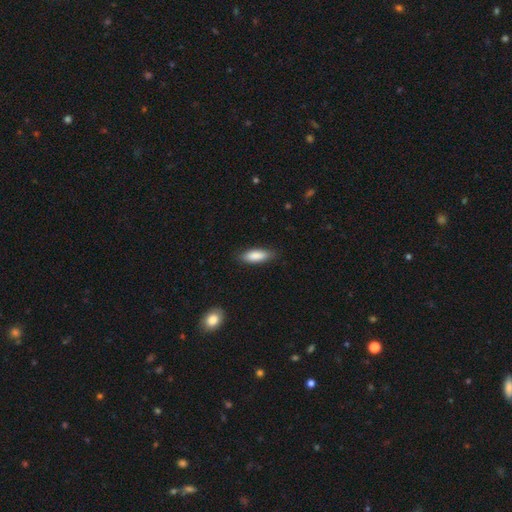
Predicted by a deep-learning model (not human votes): smooth-or-featured: smooth: 87% | featured or disk: 7% | star or artifact: 6%
  how-rounded: in between: 67% | cigar-shaped: 31% | round: 2%
  merging: none: 85% | minor disturbance: 12% | major disturbance: 2% | merger: 1%